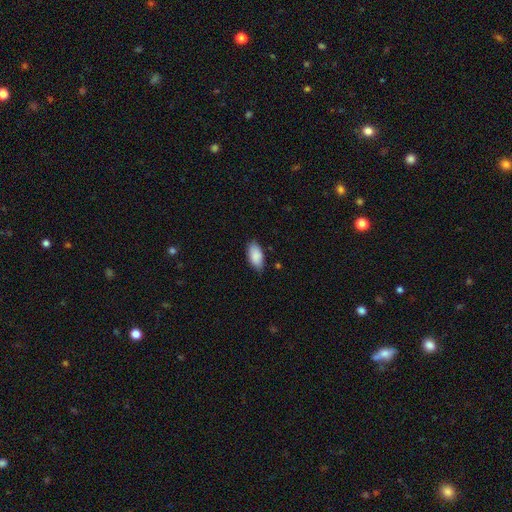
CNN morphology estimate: Smooth or featured?
  - smooth: 88% *
  - star or artifact: 6%
  - featured or disk: 6%
How rounded?
  - in between: 93% *
  - cigar-shaped: 5%
  - round: 2%
Merging?
  - none: 79% *
  - minor disturbance: 17%
  - major disturbance: 3%
  - merger: 1%